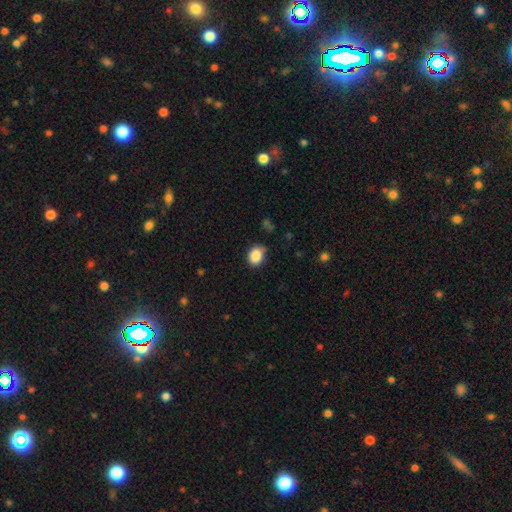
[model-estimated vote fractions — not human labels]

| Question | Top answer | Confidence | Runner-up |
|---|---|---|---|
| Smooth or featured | smooth | 87% | star or artifact (9%) |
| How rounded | in between | 51% | round (48%) |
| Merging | none | 74% | minor disturbance (20%) |